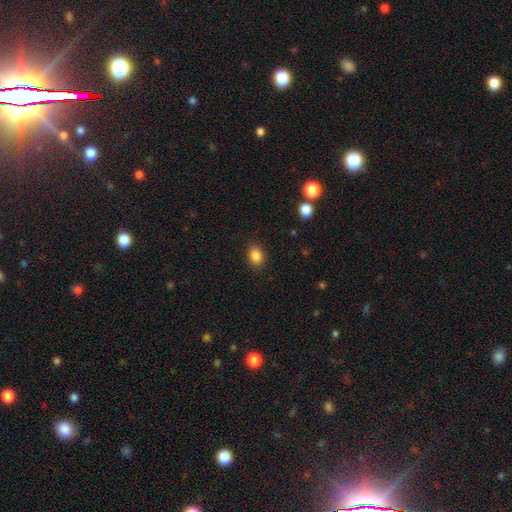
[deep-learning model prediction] This appears to be a smooth galaxy with no disk features (86%) that is in between round and cigar-shaped (63%). Merging: none (88%).